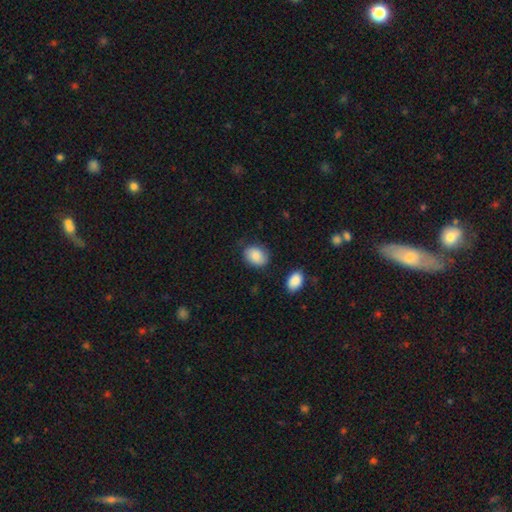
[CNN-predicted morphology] Smooth or featured? smooth (87%)
How rounded? in between (61%)
Merging? none (77%)